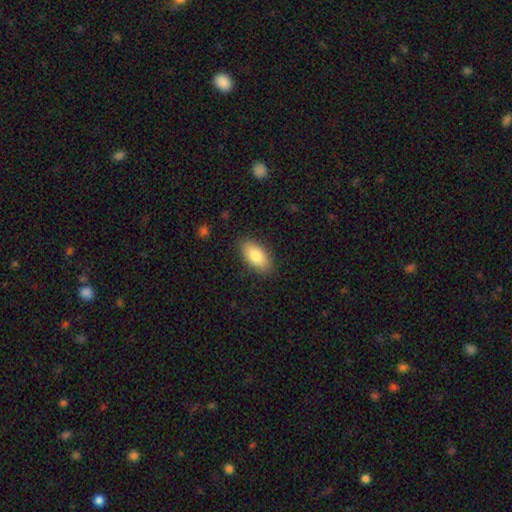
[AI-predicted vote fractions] Smooth or featured: smooth — 82% (featured or disk — 11%)
How rounded: in between — 92% (cigar-shaped — 4%)
Merging: none — 87% (minor disturbance — 10%)